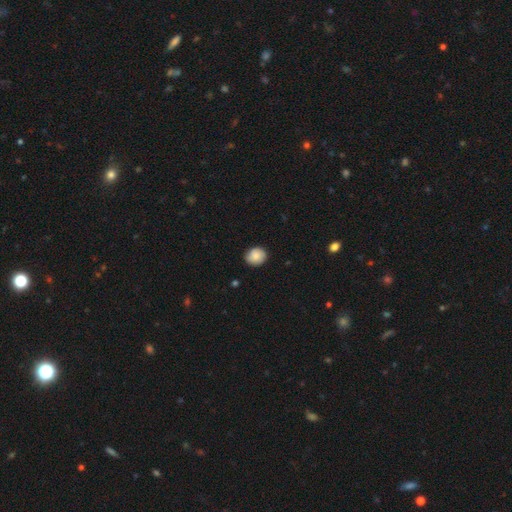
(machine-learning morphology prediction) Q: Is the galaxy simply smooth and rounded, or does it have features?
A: smooth — 82%.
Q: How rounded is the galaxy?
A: round — 76%.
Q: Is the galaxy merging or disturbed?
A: none — 84%.